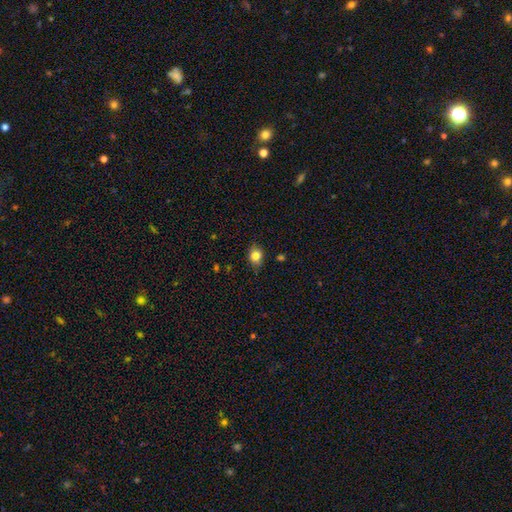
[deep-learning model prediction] smooth_or_featured: smooth (p=0.82) [alt: star or artifact p=0.10]
how_rounded: round (p=0.56) [alt: in between p=0.43]
merging: none (p=0.81) [alt: minor disturbance p=0.15]